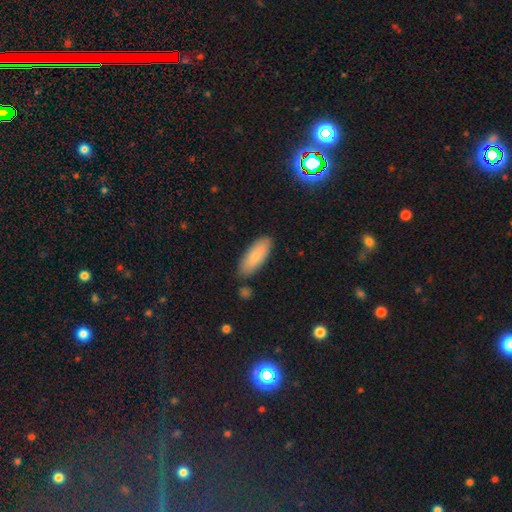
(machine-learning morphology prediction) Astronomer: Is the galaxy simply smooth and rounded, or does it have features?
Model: smooth — 81%.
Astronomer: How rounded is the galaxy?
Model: in between — 76%.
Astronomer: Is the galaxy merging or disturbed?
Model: none — 83%.